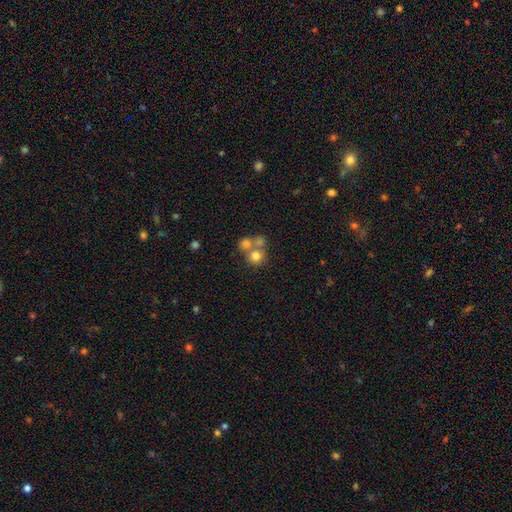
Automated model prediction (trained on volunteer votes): Smooth or featured? smooth (72%)
How rounded? round (88%)
Merging? merger (45%, tied with none)